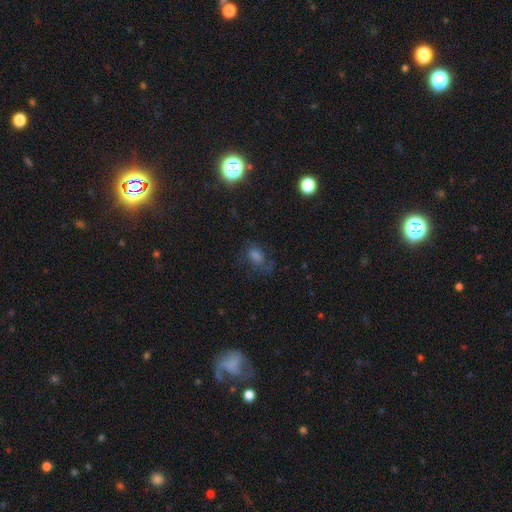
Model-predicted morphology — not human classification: Smooth or featured? smooth (44%)
Merging? none (57%)